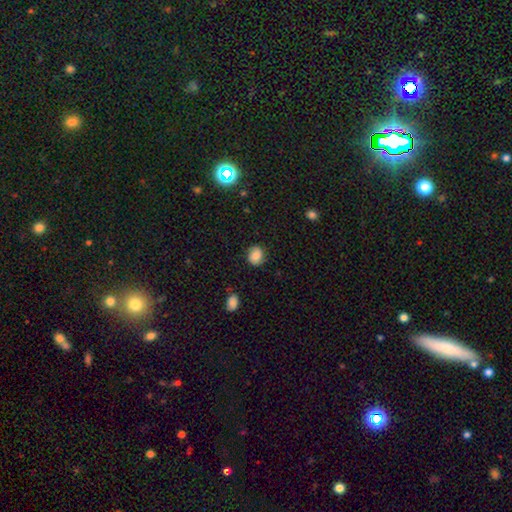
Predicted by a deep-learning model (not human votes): Overall: smooth (76%). How rounded: round (67%; in between 32%). Merging: none (81%).